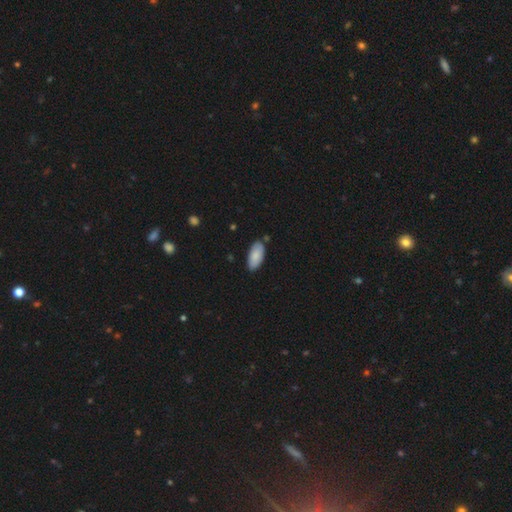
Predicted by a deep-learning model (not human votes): This is clearly a smooth galaxy (85%). How rounded: clearly in between (92%). Merging: likely none (80%).